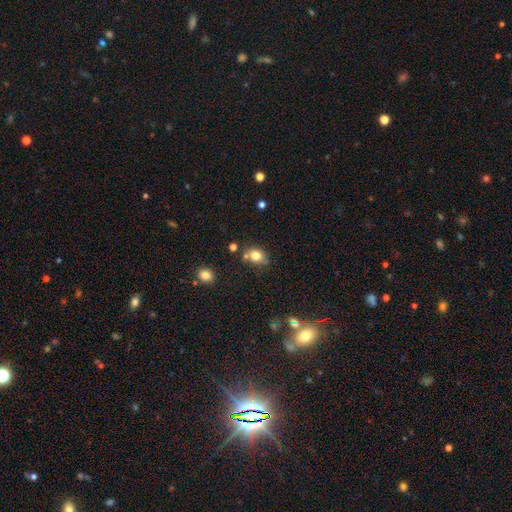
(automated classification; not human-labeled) Smooth or featured: smooth — 79% (star or artifact — 12%)
How rounded: round — 53% (in between — 46%)
Merging: none — 64% (minor disturbance — 16%)